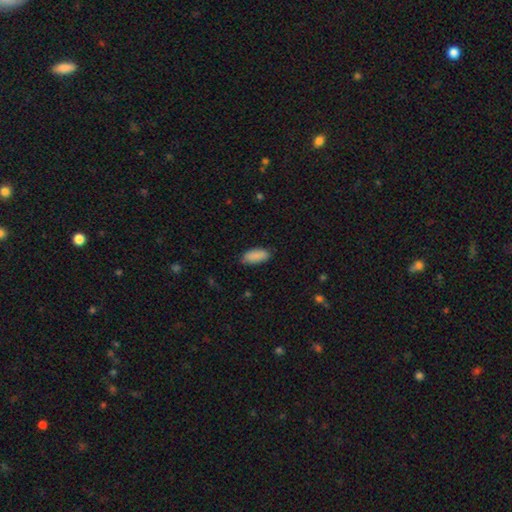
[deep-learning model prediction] A smooth galaxy with no disk features (90%) that is in between round and cigar-shaped (86%).

Vote fractions:
- Smooth or featured? smooth: 90% / star or artifact: 6% / featured or disk: 4%
- How rounded? in between: 86% / cigar-shaped: 12% / round: 2%
- Merging? none: 83% / minor disturbance: 14% / major disturbance: 2% / merger: 1%